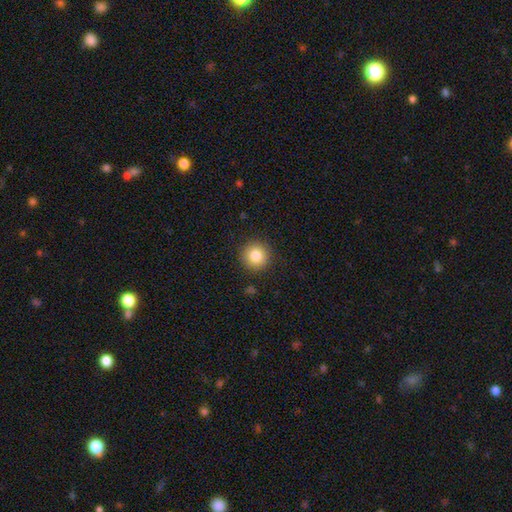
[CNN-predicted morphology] Smooth or featured? Predicted: smooth (p=0.85). How rounded? Predicted: round (p=0.95). Merging? Predicted: none (p=0.90).